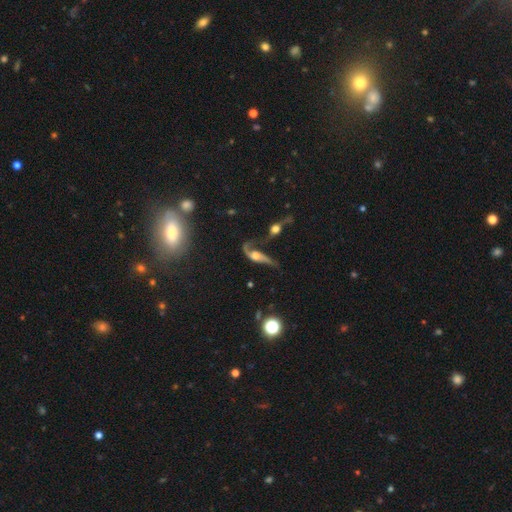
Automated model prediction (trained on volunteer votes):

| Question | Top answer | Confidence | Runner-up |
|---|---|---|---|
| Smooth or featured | featured or disk | 76% | smooth (14%) |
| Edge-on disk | no | 82% | yes (18%) |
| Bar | no | 65% | weak (26%) |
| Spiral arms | yes | 88% | no (12%) |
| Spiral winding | loose | 84% | medium (12%) |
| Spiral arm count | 2 | 81% | 1 (12%) |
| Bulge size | moderate | 51% | small (20%) |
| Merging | none | 31% | major disturbance (29%) |